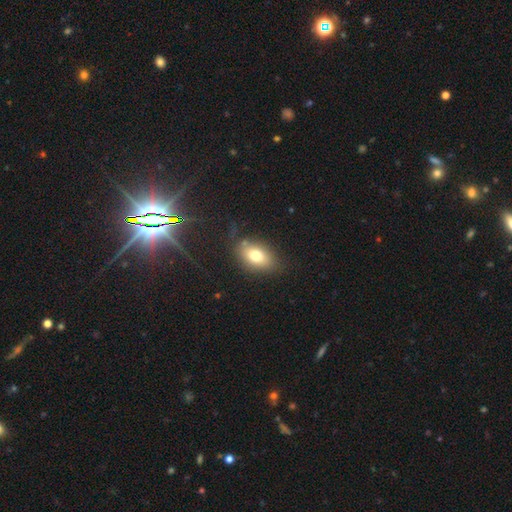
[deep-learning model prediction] smooth_or_featured: smooth (p=0.76) [alt: featured or disk p=0.14]
how_rounded: in between (p=0.85) [alt: round p=0.13]
merging: none (p=0.76) [alt: minor disturbance p=0.15]